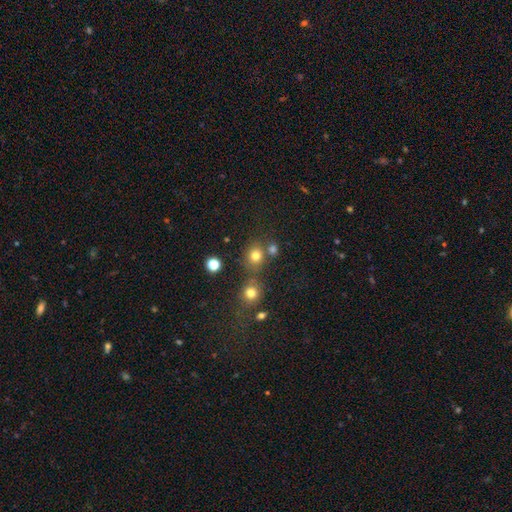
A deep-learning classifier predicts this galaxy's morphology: The model was most divided on "merging": none: 66%, merger: 19%, minor disturbance: 10%, major disturbance: 4%. More confident: how rounded — round (80%); smooth or featured — smooth (76%).